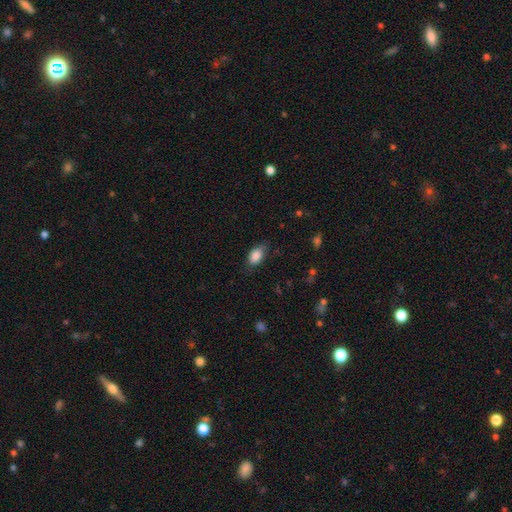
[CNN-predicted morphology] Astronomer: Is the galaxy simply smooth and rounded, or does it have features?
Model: smooth — 87%.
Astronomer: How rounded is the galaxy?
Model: in between — 89%.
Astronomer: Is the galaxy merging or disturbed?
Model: none — 71%.